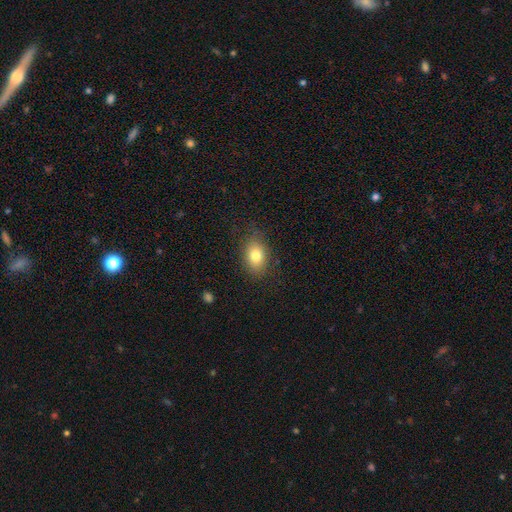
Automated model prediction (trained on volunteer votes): This is likely a smooth galaxy (79%). How rounded: likely in between (77%). Merging: clearly none (83%).